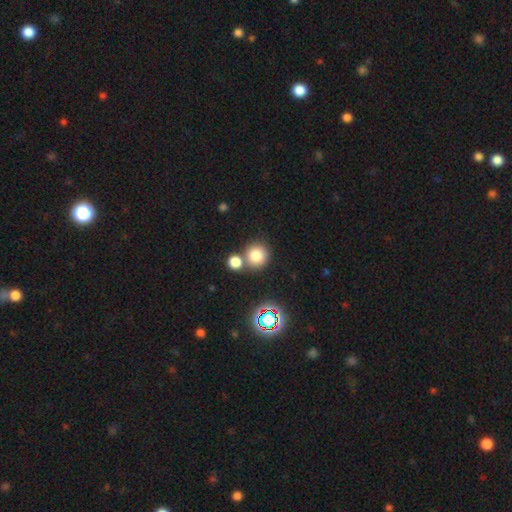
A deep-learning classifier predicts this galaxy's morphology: This is likely a smooth galaxy (79%). How rounded: clearly round (91%). Merging: possibly none (60%).